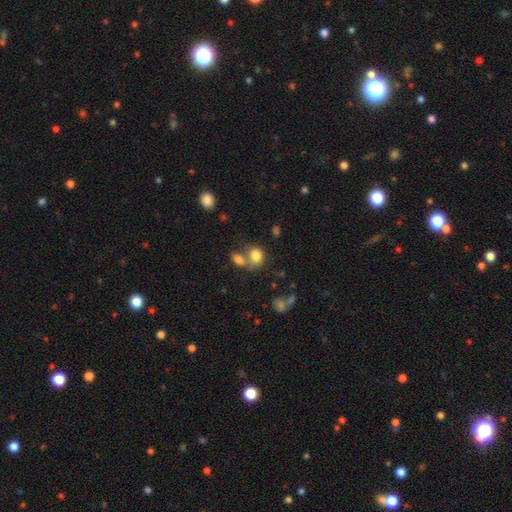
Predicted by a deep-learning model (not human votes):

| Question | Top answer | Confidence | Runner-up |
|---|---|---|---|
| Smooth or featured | smooth | 81% | star or artifact (10%) |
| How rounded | in between | 55% | round (44%) |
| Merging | merger | 46% | none (38%) |